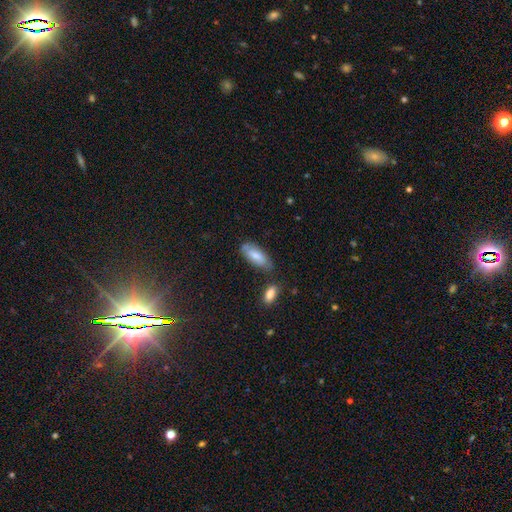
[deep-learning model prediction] smooth 70%, featured or disk 24%, star or artifact 7%. Down the decision tree: how rounded — in between (78%); merging — none (68%).